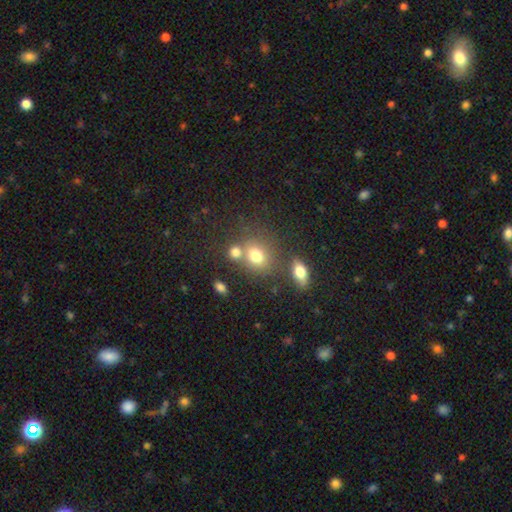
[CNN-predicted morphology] The model was most divided on "how rounded": round: 57%, in between: 41%, cigar-shaped: 2%. More confident: smooth or featured — smooth (74%); merging — none (55%).